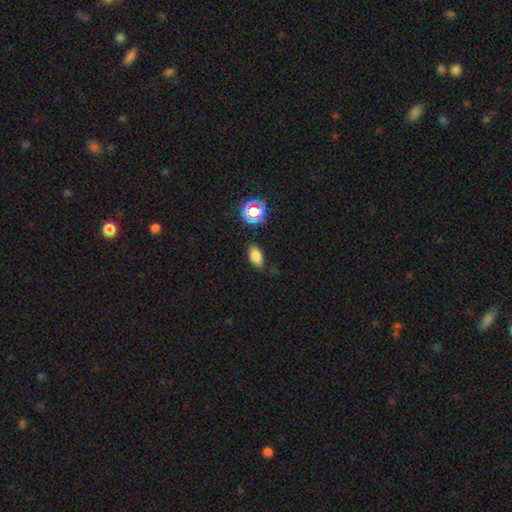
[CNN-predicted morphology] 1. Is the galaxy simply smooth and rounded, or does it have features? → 78% smooth, 14% star or artifact, 8% featured or disk.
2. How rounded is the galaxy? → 87% in between, 7% round, 5% cigar-shaped.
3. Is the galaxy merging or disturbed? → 80% none, 15% minor disturbance, 3% major disturbance, 2% merger.